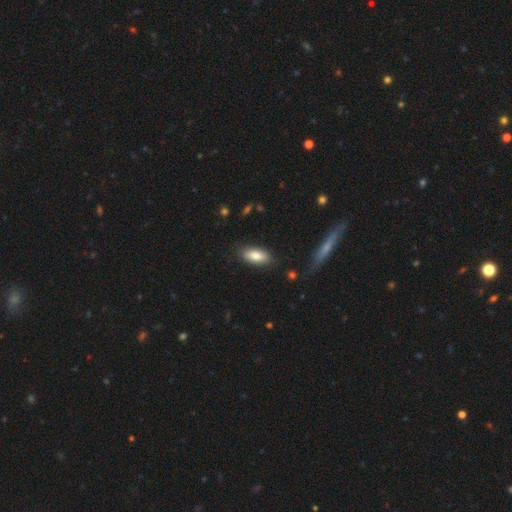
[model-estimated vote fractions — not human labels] A smooth galaxy with no disk features (80%) that is in between round and cigar-shaped (86%). Merging: none (84%).